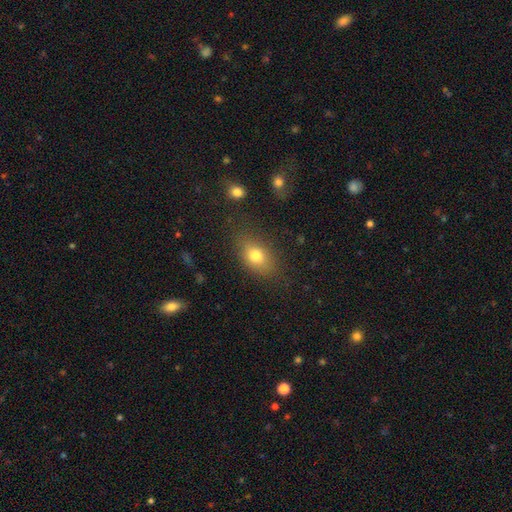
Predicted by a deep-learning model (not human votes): Smooth or featured? smooth (77%)
How rounded? in between (79%)
Merging? none (76%)